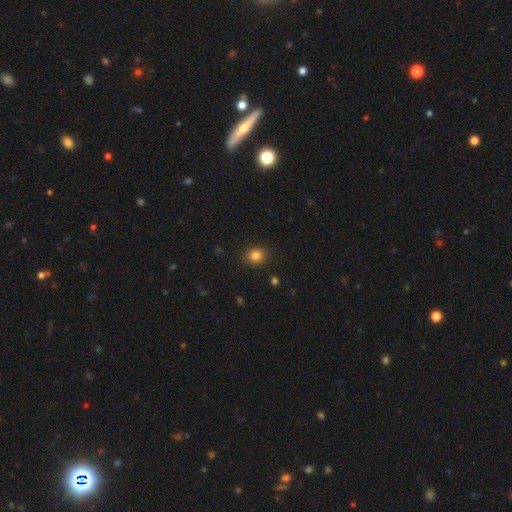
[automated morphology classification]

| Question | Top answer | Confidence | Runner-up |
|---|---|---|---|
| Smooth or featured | smooth | 82% | star or artifact (12%) |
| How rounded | round | 76% | in between (23%) |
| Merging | none | 90% | minor disturbance (7%) |